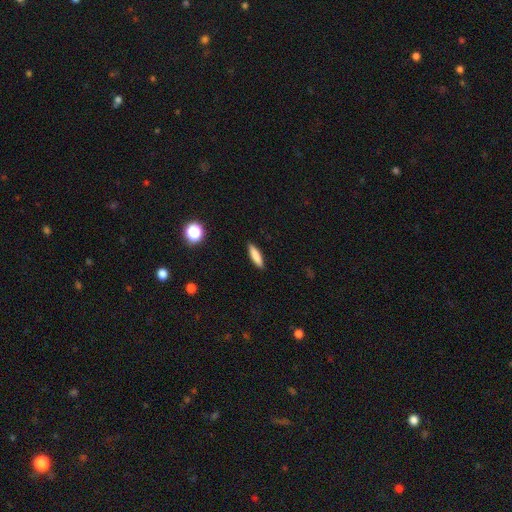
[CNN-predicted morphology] The model was most divided on "how rounded": cigar-shaped: 72%, in between: 26%, round: 2%. More confident: merging — none (89%); smooth or featured — smooth (83%).